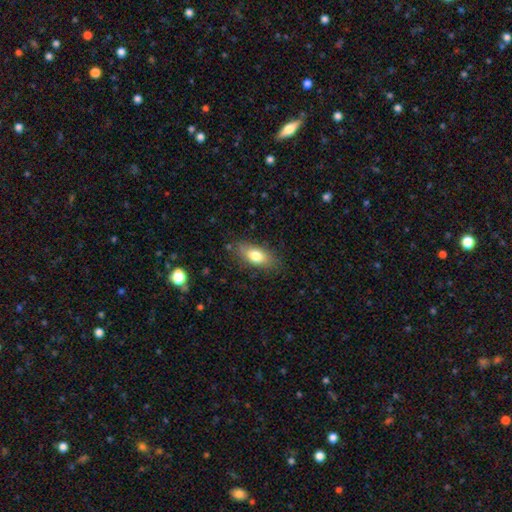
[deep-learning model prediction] A smooth galaxy with no disk features (75%) that is in between round and cigar-shaped (83%).

Vote fractions:
- Smooth or featured? smooth: 75% / featured or disk: 18% / star or artifact: 7%
- How rounded? in between: 83% / cigar-shaped: 11% / round: 6%
- Merging? none: 78% / minor disturbance: 16% / major disturbance: 4% / merger: 2%